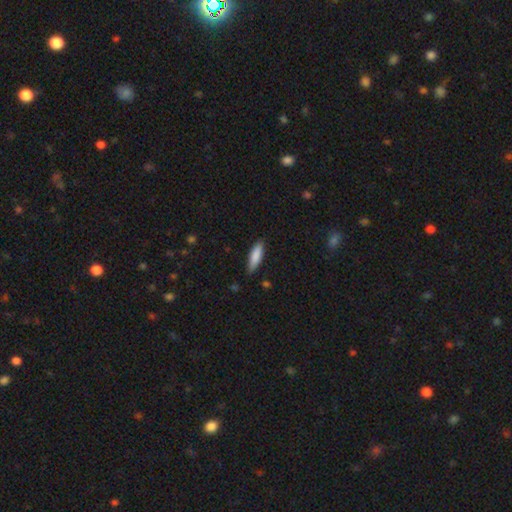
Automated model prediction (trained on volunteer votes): A smooth galaxy with no disk features (84%) that is cigar-shaped (56%).

Vote fractions:
- Smooth or featured? smooth: 84% / featured or disk: 10% / star or artifact: 6%
- How rounded? cigar-shaped: 56% / in between: 43% / round: 1%
- Merging? none: 82% / minor disturbance: 14% / major disturbance: 2% / merger: 1%